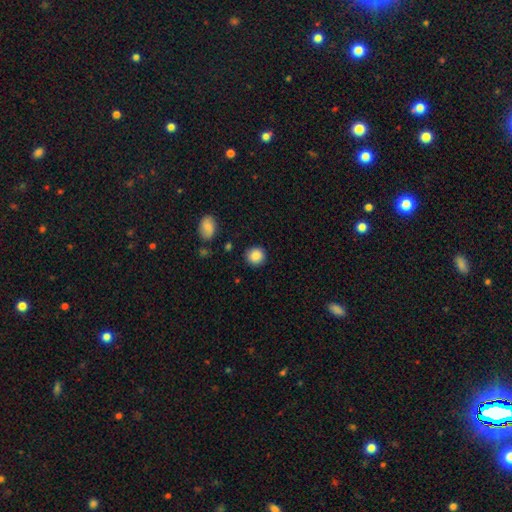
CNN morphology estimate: type=smooth (88%); roundness=round (90%); merging=none (88%).